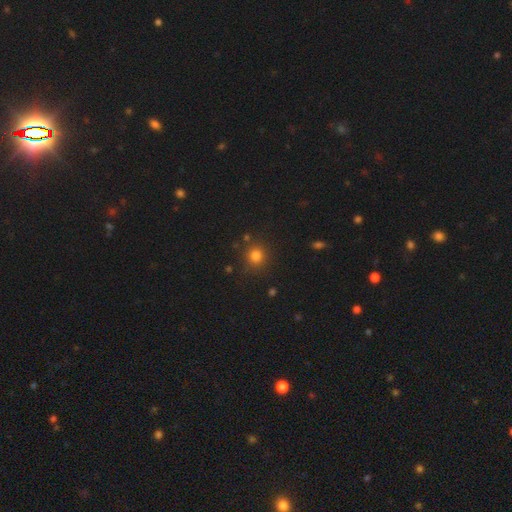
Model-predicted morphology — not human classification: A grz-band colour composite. It shows a smooth galaxy with no disk features (79%) that is round (90%). Merging: none (85%).